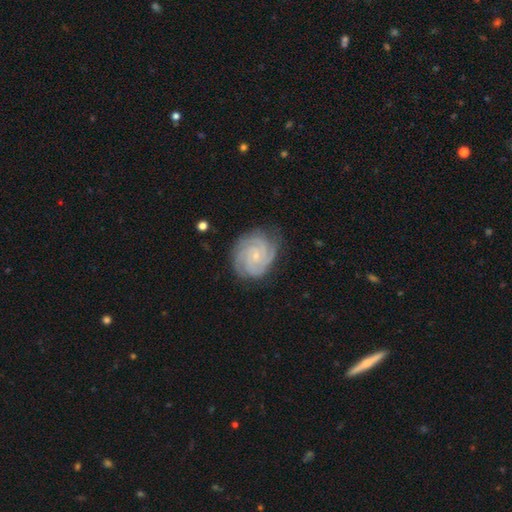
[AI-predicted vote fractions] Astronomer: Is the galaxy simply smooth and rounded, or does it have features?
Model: featured or disk — 88%.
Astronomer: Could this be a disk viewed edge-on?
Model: no — 98%.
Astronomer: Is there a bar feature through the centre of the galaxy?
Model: no — 74%.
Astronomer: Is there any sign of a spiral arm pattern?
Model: yes — 98%.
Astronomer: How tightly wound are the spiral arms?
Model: tight — 78%.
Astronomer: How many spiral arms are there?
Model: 4 — 33% (runner-up: 3, 31%).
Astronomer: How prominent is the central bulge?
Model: small — 81%.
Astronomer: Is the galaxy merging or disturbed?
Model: none — 81%.